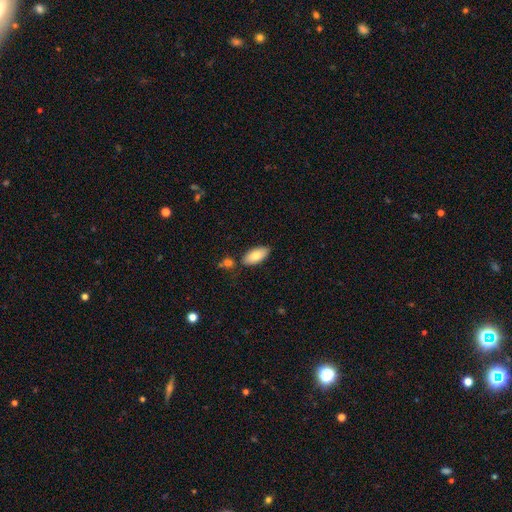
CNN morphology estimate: Overall: smooth (80%). How rounded: in between (90%). Merging: none (80%).